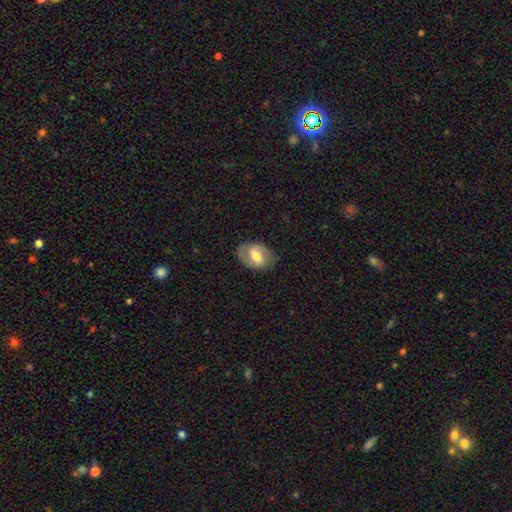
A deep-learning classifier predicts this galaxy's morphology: Smooth or featured? featured or disk (67%)
Edge-on disk? no (96%)
Bar? weak (47%)
Spiral arms? yes (80%)
Spiral winding? medium (48%)
Spiral arm count? 2 (85%)
Bulge size? moderate (65%)
Merging? none (80%)